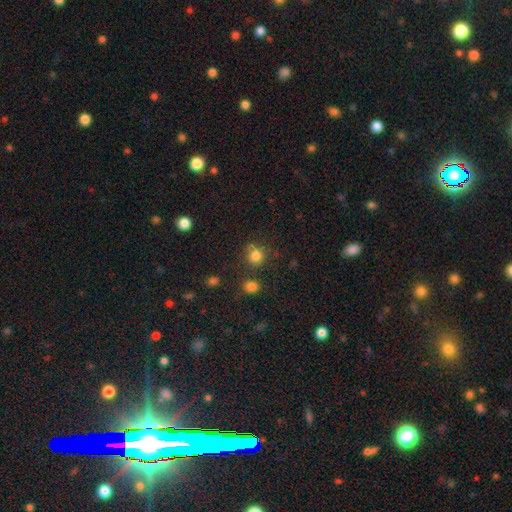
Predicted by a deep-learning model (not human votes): A smooth galaxy with no disk features (82%) that is round (89%).

Vote fractions:
- Smooth or featured? smooth: 82% / star or artifact: 13% / featured or disk: 5%
- How rounded? round: 89% / in between: 10% / cigar-shaped: 1%
- Merging? none: 75% / minor disturbance: 12% / merger: 8% / major disturbance: 5%